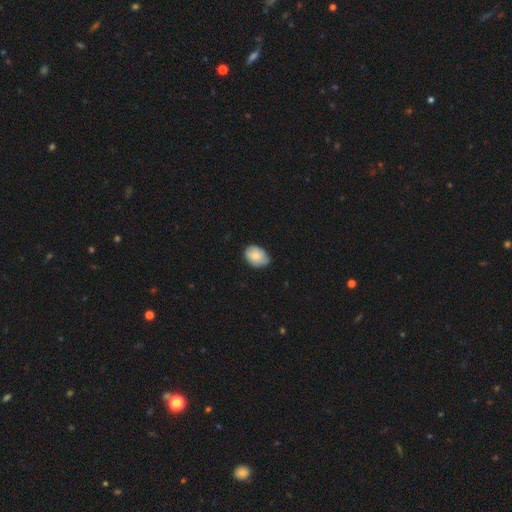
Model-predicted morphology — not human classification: Smooth or featured: smooth — 81% (featured or disk — 12%)
How rounded: in between — 77% (round — 22%)
Merging: none — 68% (minor disturbance — 27%)